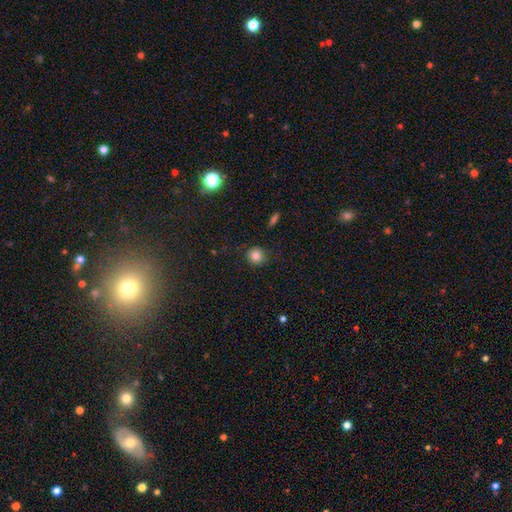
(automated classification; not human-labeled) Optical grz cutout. It shows a smooth galaxy with no disk features (82%) that is round (91%). Merging: none (85%).